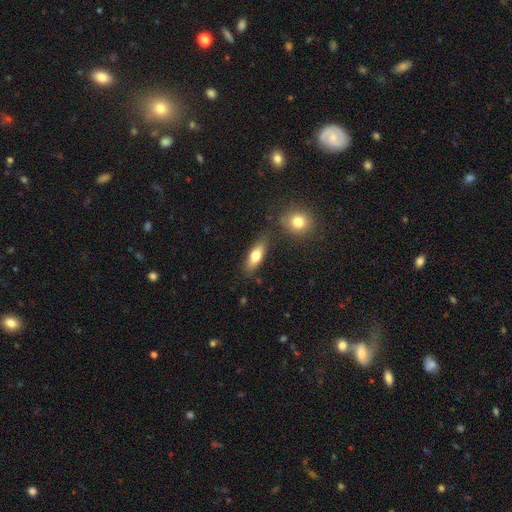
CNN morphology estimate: Smooth or featured? Predicted: smooth (p=0.73). How rounded? Predicted: in between (p=0.67). Merging? Predicted: none (p=0.76).